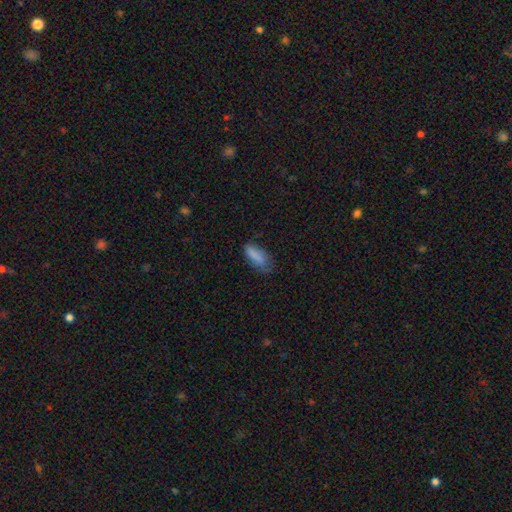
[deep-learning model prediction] This appears to be a smooth galaxy with no disk features (84%) that is in between round and cigar-shaped (76%). Merging: none (56%).